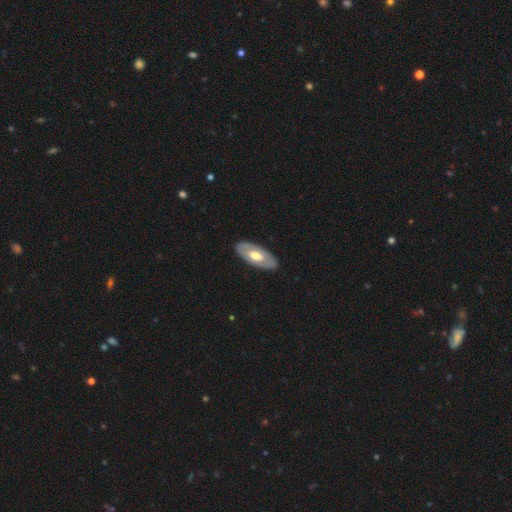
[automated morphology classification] A featured or disk galaxy (49%).

Vote fractions:
- Smooth or featured? featured or disk: 49% / smooth: 46% / star or artifact: 4%
- Merging? none: 87% / minor disturbance: 10% / major disturbance: 2% / merger: 1%